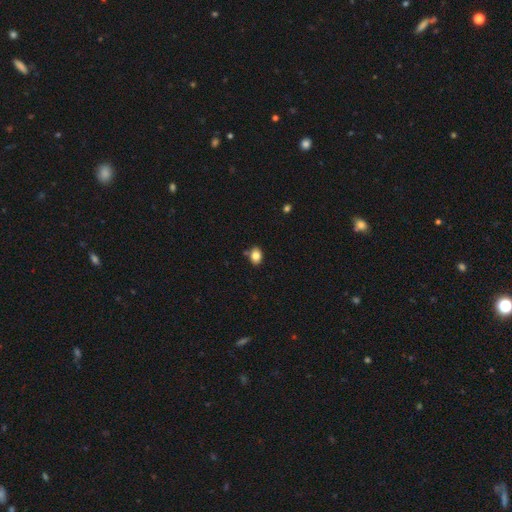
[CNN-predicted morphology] smooth 82%, star or artifact 10%, featured or disk 8%. Down the decision tree: how rounded — in between (73%); merging — none (79%).